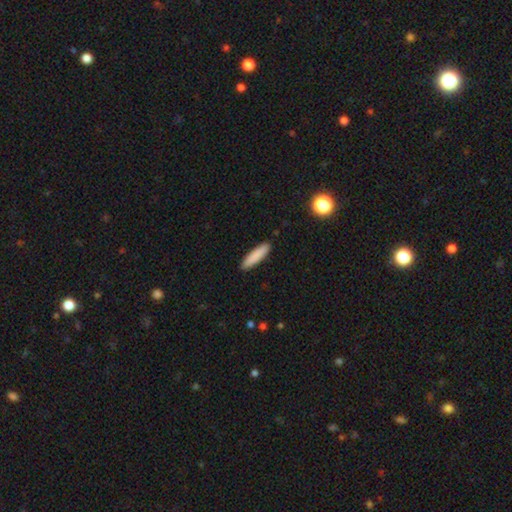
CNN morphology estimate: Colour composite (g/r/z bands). It shows a smooth galaxy with no disk features (87%) that is cigar-shaped (79%). Merging: none (91%).